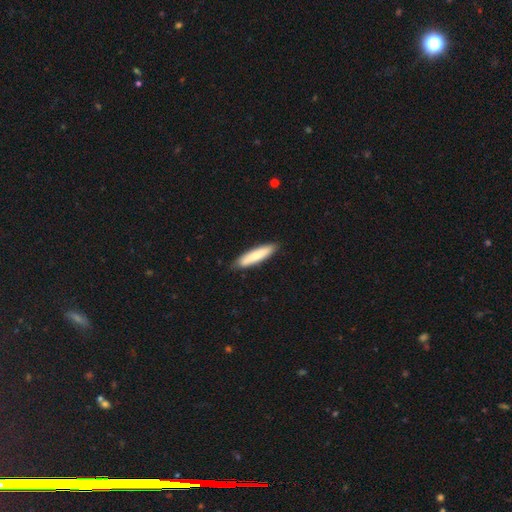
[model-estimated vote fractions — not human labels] smooth_or_featured: smooth (p=0.79) [alt: featured or disk p=0.16]
how_rounded: cigar-shaped (p=0.82) [alt: in between p=0.17]
merging: none (p=0.86) [alt: minor disturbance p=0.11]